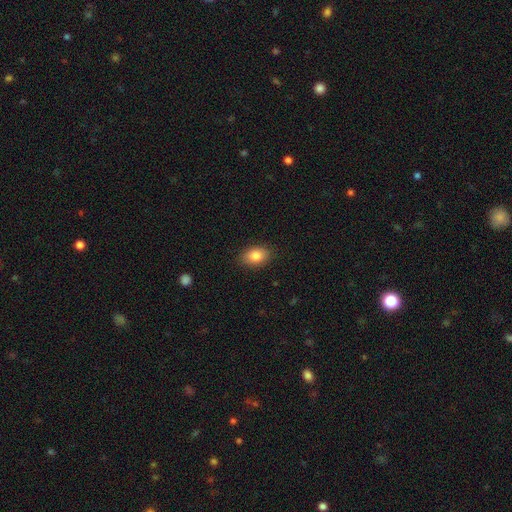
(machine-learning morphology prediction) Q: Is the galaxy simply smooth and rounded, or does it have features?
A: smooth — 84%.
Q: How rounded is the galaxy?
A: in between — 84%.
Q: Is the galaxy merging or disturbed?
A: none — 87%.